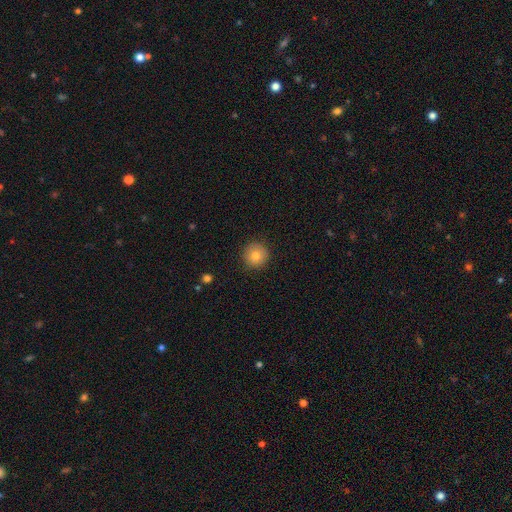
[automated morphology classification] This is clearly a smooth galaxy (81%). How rounded: clearly round (95%). Merging: clearly none (90%).